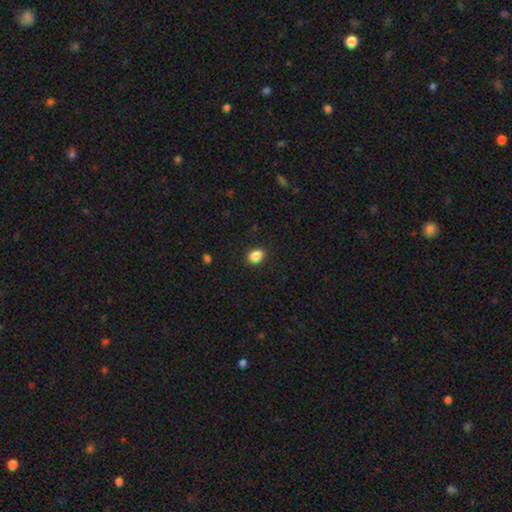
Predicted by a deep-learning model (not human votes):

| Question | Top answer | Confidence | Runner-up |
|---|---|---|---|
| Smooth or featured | smooth | 88% | star or artifact (9%) |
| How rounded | in between | 62% | round (37%) |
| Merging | none | 89% | minor disturbance (8%) |